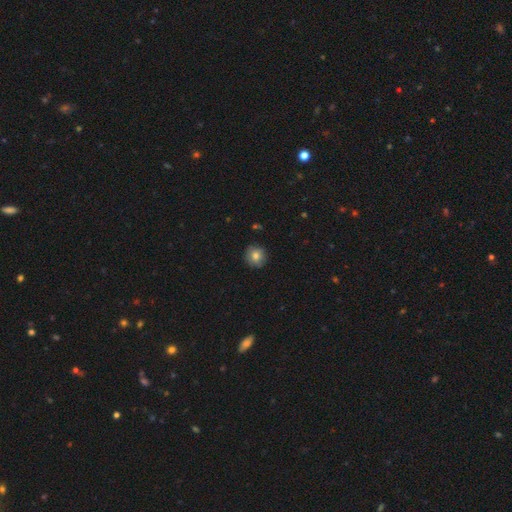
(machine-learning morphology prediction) Overall: smooth (78%). How rounded: round (94%). Merging: none (86%).